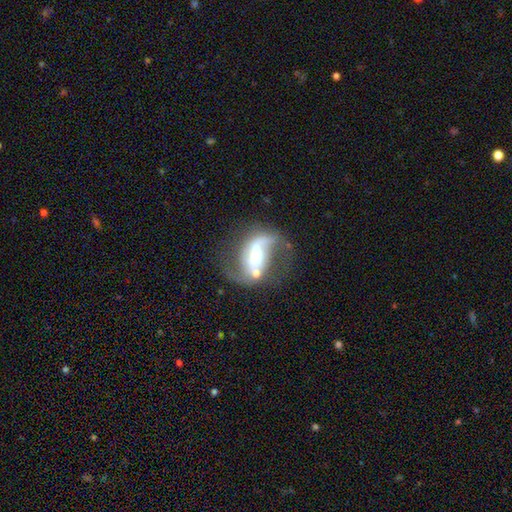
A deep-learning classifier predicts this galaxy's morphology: featured or disk 78%, smooth 15%, star or artifact 7%. Down the decision tree: edge-on disk — no (93%); bar — strong (51%); spiral arms — yes (85%); spiral arm count — 2 (79%); spiral winding — loose (65%); bulge size — moderate (50%); merging — none (41%).